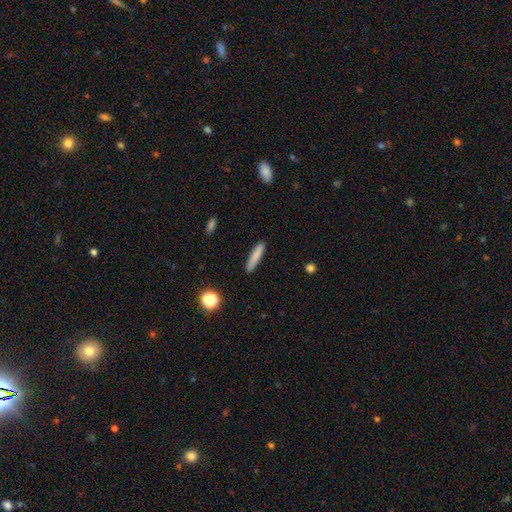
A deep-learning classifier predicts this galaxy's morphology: A smooth galaxy with no disk features (83%) that is cigar-shaped (89%). Merging: none (89%).